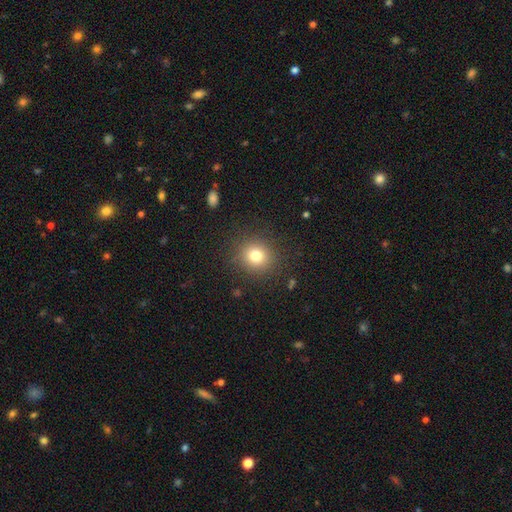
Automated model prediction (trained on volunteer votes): Smooth or featured?
  - smooth: 78% *
  - star or artifact: 14%
  - featured or disk: 8%
How rounded?
  - round: 89% *
  - in between: 10%
  - cigar-shaped: 1%
Merging?
  - none: 88% *
  - minor disturbance: 7%
  - major disturbance: 4%
  - merger: 1%